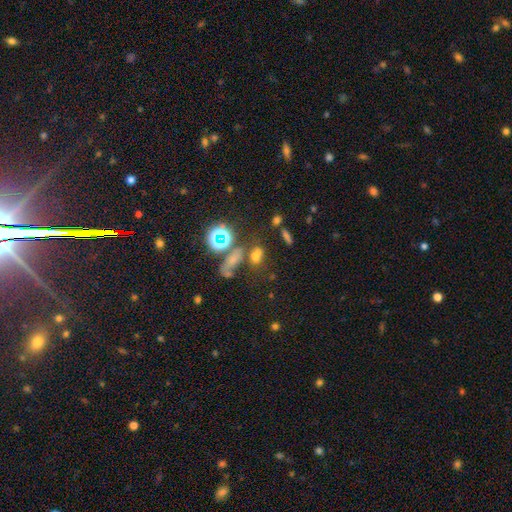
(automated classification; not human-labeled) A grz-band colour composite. It shows a smooth galaxy with no disk features (54%) that is in between round and cigar-shaped (53%). Merging: none (48%).